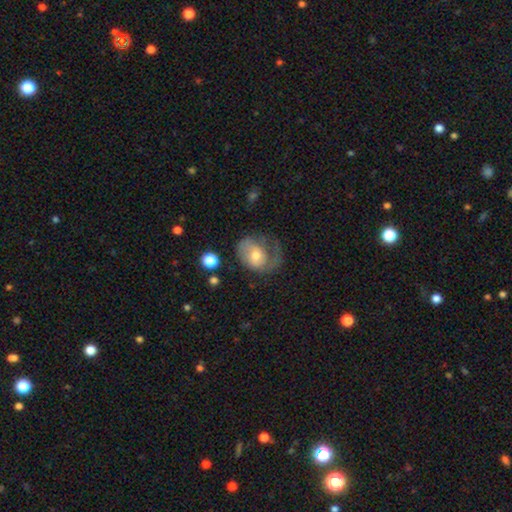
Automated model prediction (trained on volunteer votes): Smooth or featured: featured or disk — 50% (smooth — 43%)
Merging: major disturbance — 42% (none — 31%)